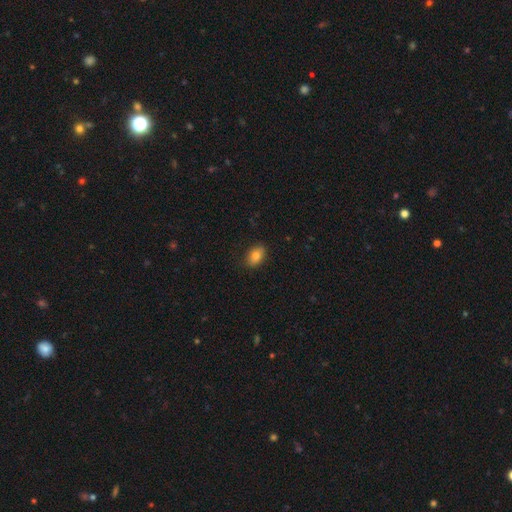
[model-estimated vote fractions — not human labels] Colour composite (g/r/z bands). It shows a smooth galaxy with no disk features (81%) that is in between round and cigar-shaped (84%). Merging: none (86%).